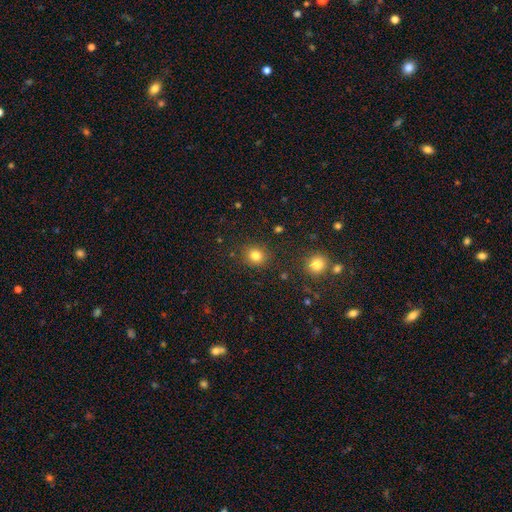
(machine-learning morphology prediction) Q: Smooth or featured?
A: smooth (81%); runner-up: star or artifact (13%)
Q: How rounded?
A: round (78%); runner-up: in between (21%)
Q: Merging?
A: none (86%); runner-up: minor disturbance (8%)